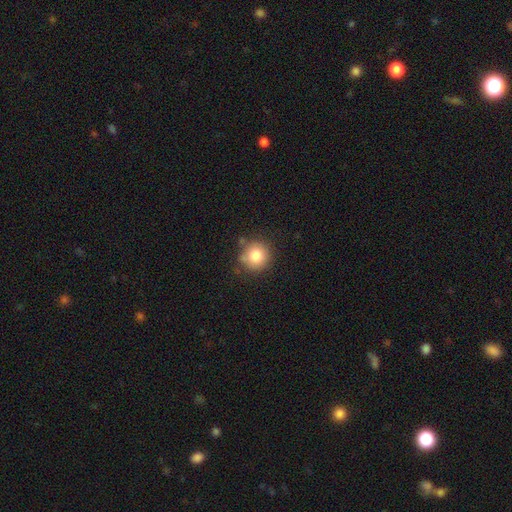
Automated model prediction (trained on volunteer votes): Smooth or featured? smooth (81%)
How rounded? round (92%)
Merging? none (78%)